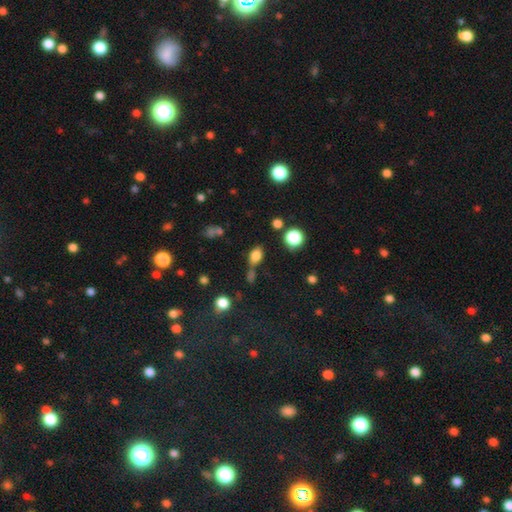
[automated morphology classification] Overall: smooth (78%). How rounded: in between (77%). Merging: none (55%; merger 21%).